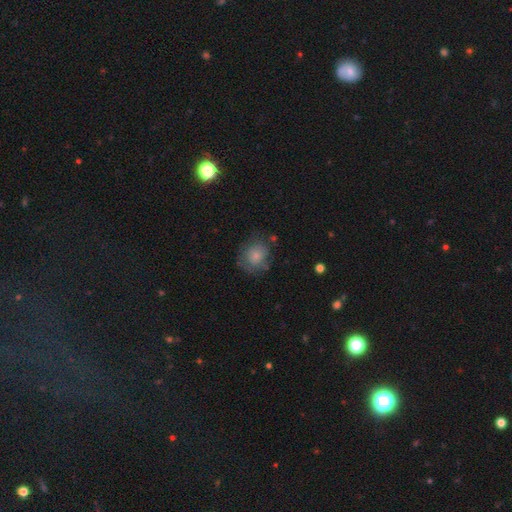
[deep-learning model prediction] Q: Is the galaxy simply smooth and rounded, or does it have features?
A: smooth — 75%.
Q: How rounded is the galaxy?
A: round — 71%.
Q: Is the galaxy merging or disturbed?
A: none — 61%.